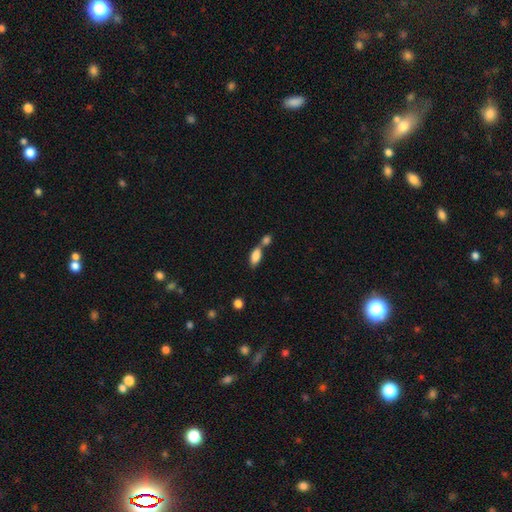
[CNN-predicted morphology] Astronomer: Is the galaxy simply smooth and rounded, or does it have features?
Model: smooth — 83%.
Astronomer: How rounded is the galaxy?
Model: in between — 86%.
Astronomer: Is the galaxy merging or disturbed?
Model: merger — 49% (runner-up: none, 37%).